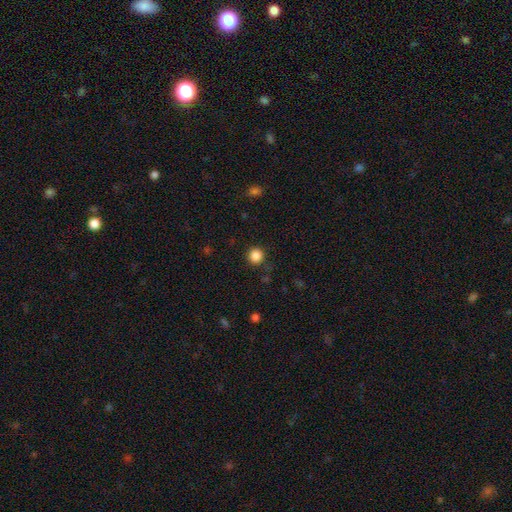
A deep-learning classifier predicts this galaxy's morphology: smooth_or_featured: smooth (p=0.86) [alt: star or artifact p=0.11]
how_rounded: round (p=0.93) [alt: in between p=0.06]
merging: none (p=0.88) [alt: minor disturbance p=0.07]